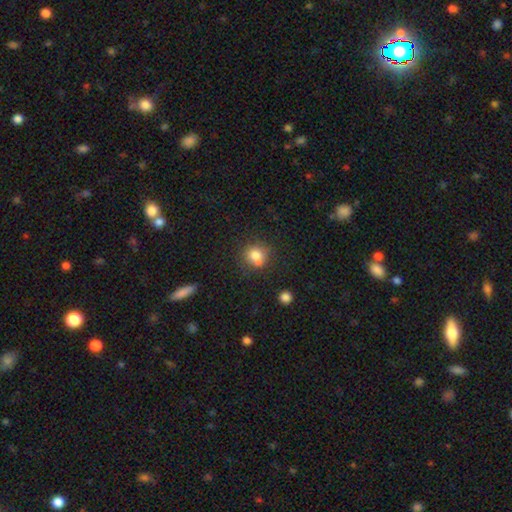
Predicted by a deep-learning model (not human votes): Smooth or featured? smooth (78%)
How rounded? round (80%)
Merging? none (62%)